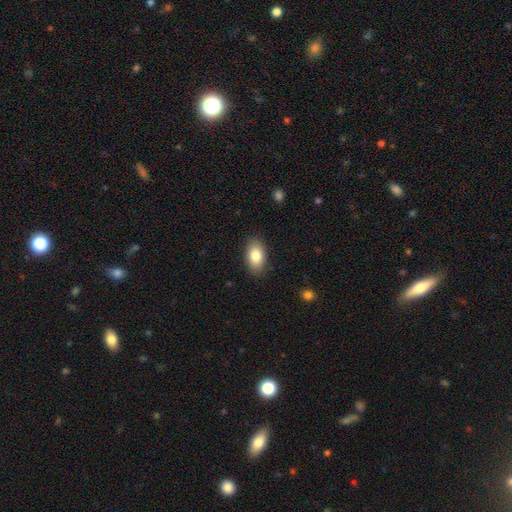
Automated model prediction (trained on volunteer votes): smooth-or-featured: smooth: 84% | featured or disk: 9% | star or artifact: 7%
  how-rounded: in between: 93% | round: 5% | cigar-shaped: 2%
  merging: none: 87% | minor disturbance: 10% | major disturbance: 2% | merger: 1%